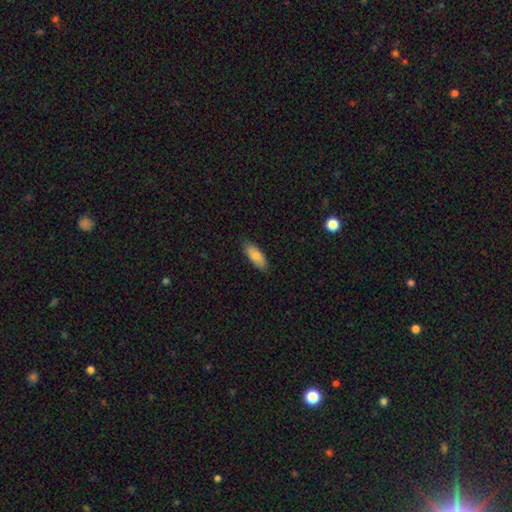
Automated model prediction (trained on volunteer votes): A smooth galaxy with no disk features (80%) that is in between round and cigar-shaped (79%). Merging: none (85%).